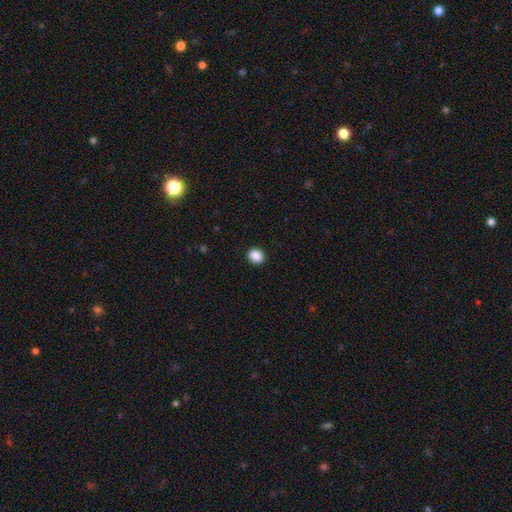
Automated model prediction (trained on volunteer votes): Smooth or featured? smooth (89%)
How rounded? round (58%)
Merging? none (91%)